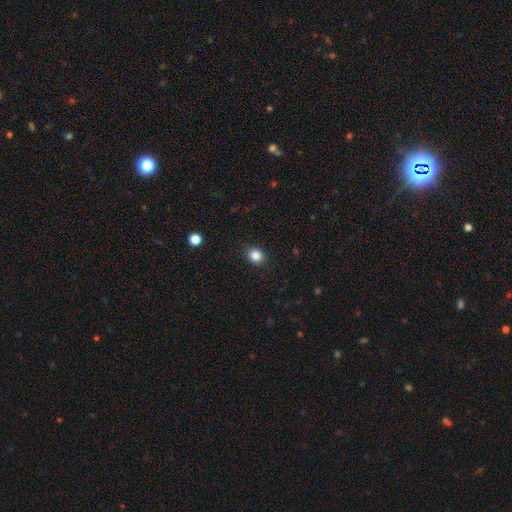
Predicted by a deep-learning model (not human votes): This appears to be a smooth galaxy with no disk features (84%) that is round (72%). Merging: none (90%).